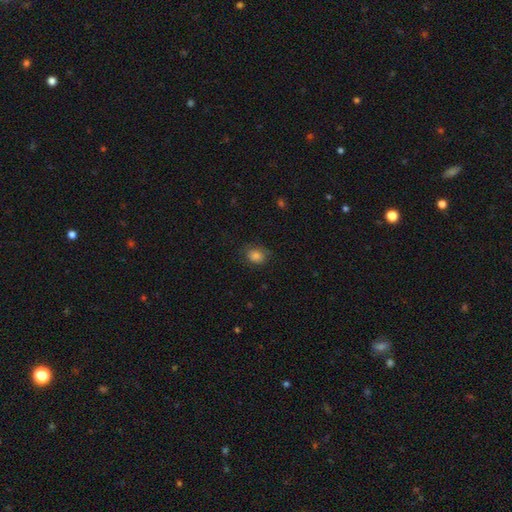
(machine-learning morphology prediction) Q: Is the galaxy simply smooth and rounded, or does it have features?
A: smooth — 83%.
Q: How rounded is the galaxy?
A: round — 53%.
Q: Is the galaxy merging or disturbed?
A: none — 75%.